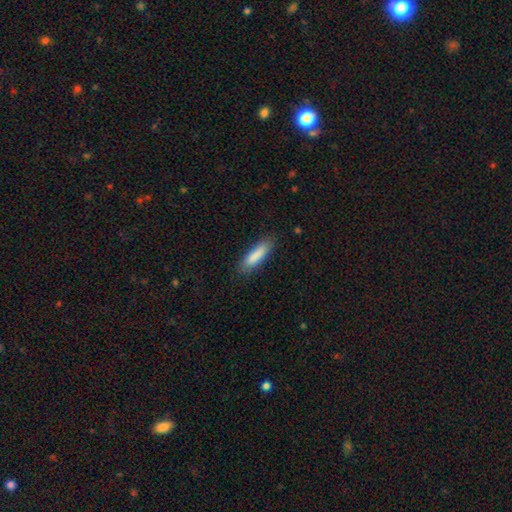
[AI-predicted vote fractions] Q: Smooth or featured?
A: smooth (86%); runner-up: featured or disk (8%)
Q: How rounded?
A: cigar-shaped (65%); runner-up: in between (34%)
Q: Merging?
A: none (83%); runner-up: minor disturbance (13%)